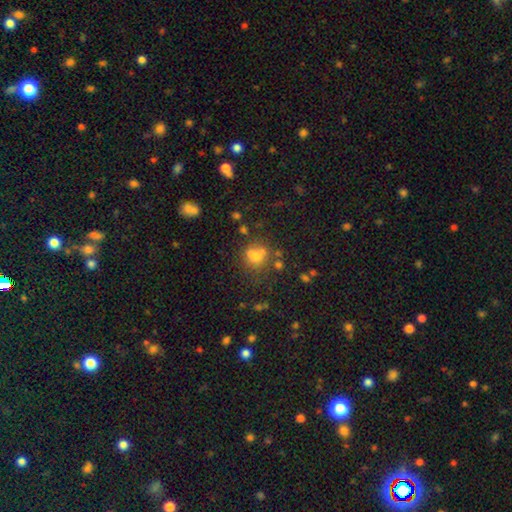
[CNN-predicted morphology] Smooth or featured? smooth (63%)
How rounded? round (73%)
Merging? none (50%)